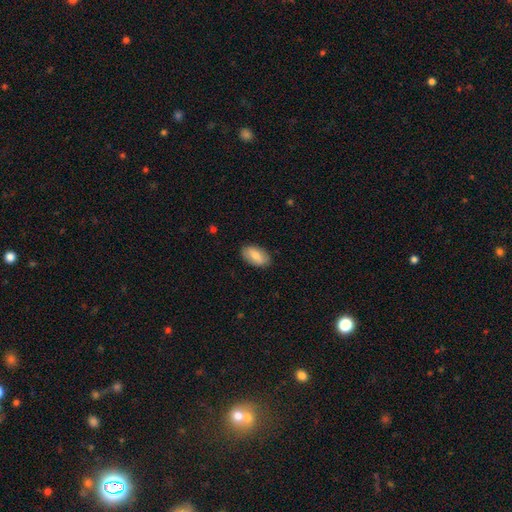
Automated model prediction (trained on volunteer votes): The model was most divided on "smooth or featured": smooth: 76%, featured or disk: 18%, star or artifact: 6%. More confident: how rounded — in between (94%); merging — none (85%).